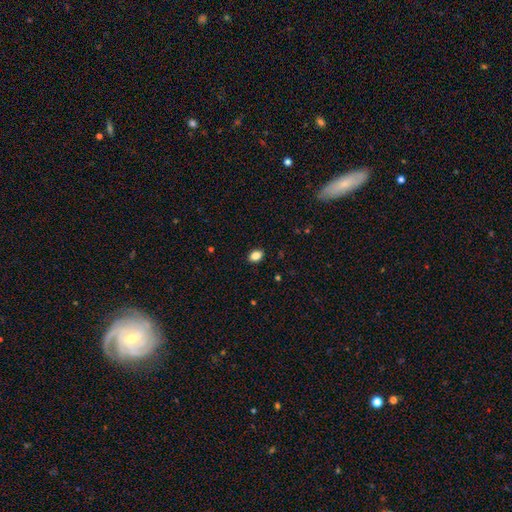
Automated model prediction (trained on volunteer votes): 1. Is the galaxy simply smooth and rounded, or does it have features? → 85% smooth, 9% star or artifact, 5% featured or disk.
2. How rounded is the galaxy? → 78% in between, 20% round, 2% cigar-shaped.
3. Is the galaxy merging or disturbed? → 89% none, 8% minor disturbance, 2% major disturbance, 1% merger.